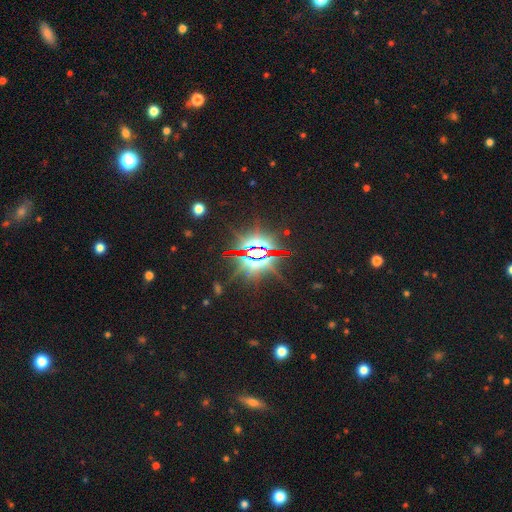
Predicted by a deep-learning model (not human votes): A star or artifact, not a galaxy (84%).

Vote fractions:
- Smooth or featured? star or artifact: 84% / featured or disk: 9% / smooth: 7%